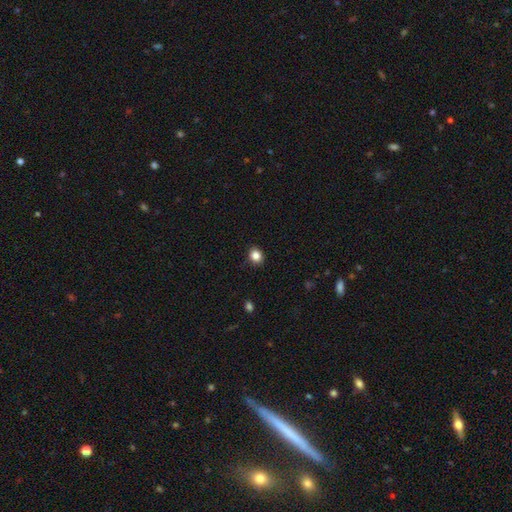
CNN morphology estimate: smooth-or-featured: smooth: 85% | star or artifact: 11% | featured or disk: 5%
  how-rounded: round: 70% | in between: 29% | cigar-shaped: 1%
  merging: none: 89% | minor disturbance: 8% | major disturbance: 2% | merger: 1%